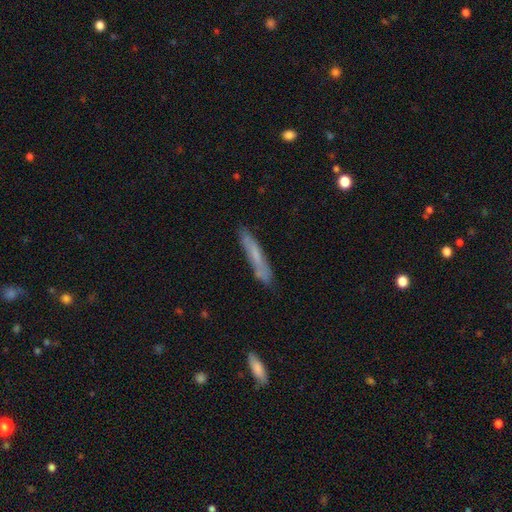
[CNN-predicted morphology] A smooth galaxy with no disk features (58%) that is cigar-shaped (92%).

Vote fractions:
- Smooth or featured? smooth: 58% / featured or disk: 34% / star or artifact: 8%
- How rounded? cigar-shaped: 92% / in between: 7% / round: 2%
- Merging? none: 78% / minor disturbance: 16% / major disturbance: 3% / merger: 3%